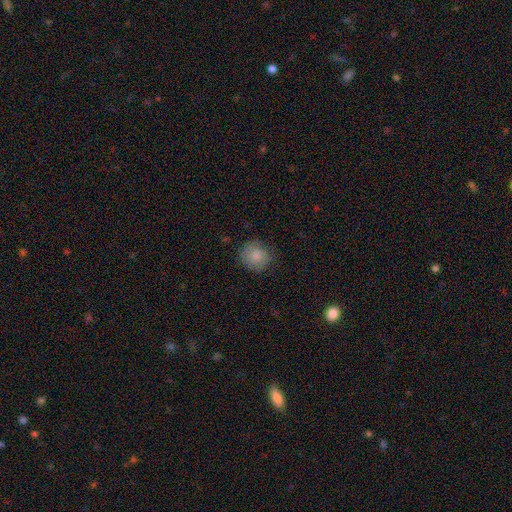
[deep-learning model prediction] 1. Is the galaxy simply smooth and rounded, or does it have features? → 82% smooth, 10% featured or disk, 8% star or artifact.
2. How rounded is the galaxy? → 86% round, 13% in between, 1% cigar-shaped.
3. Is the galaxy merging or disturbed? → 79% none, 16% minor disturbance, 4% major disturbance, 1% merger.